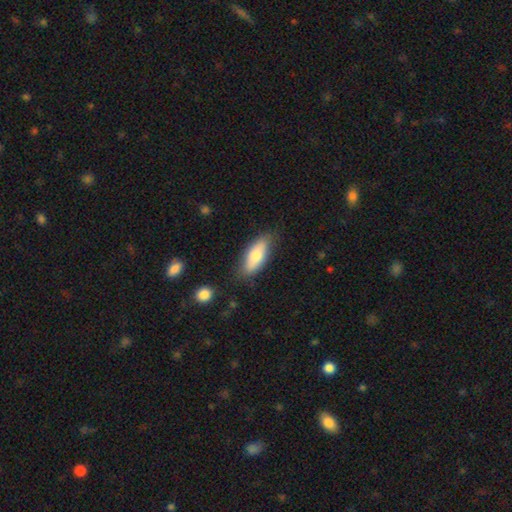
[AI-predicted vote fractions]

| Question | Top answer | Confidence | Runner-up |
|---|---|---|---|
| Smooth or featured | smooth | 72% | featured or disk (22%) |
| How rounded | in between | 74% | cigar-shaped (24%) |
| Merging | none | 79% | minor disturbance (16%) |